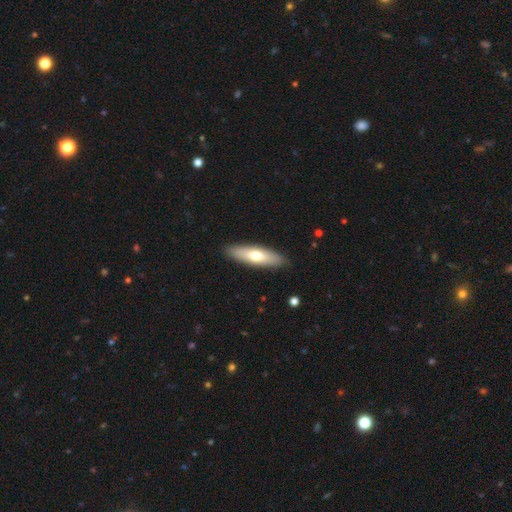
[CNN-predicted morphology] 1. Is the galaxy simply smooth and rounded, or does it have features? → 64% smooth, 31% featured or disk, 5% star or artifact.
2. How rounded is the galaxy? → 54% cigar-shaped, 44% in between, 2% round.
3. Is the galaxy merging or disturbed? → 88% none, 9% minor disturbance, 2% major disturbance, 1% merger.